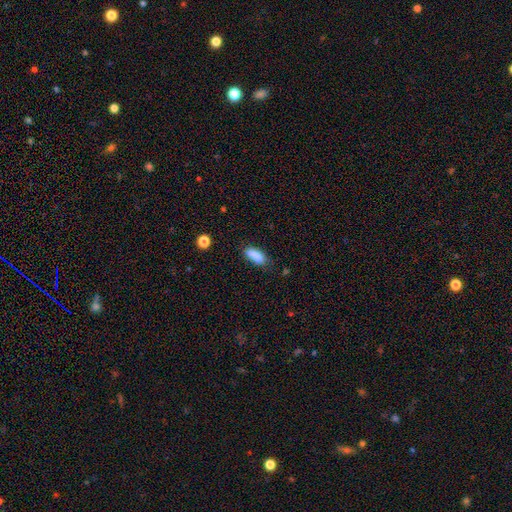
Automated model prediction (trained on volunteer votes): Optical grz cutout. It shows a smooth galaxy with no disk features (85%) that is in between round and cigar-shaped (74%). Merging: none (68%).